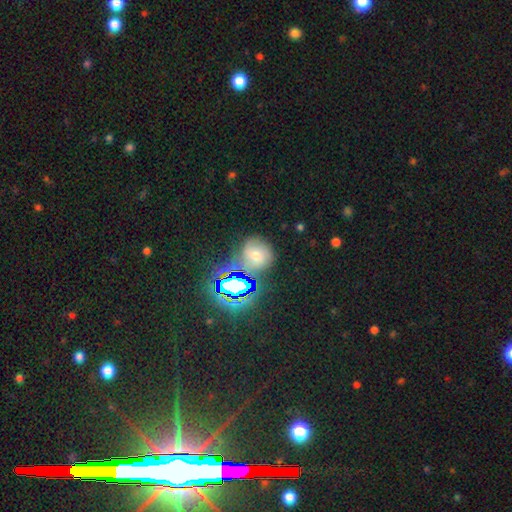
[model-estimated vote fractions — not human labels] star or artifact 42%, smooth 36%, featured or disk 22%.